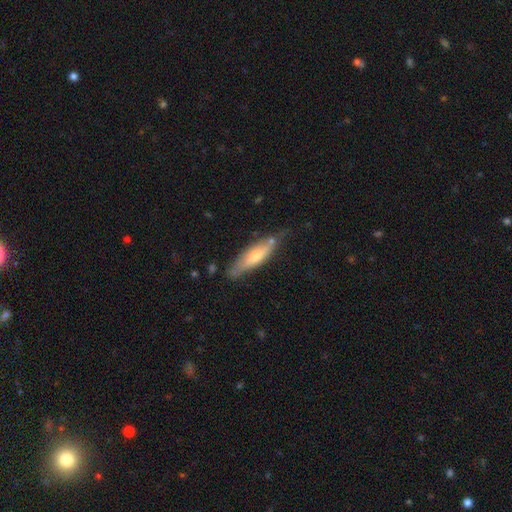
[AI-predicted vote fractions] Smooth or featured?
  - smooth: 49% *
  - featured or disk: 45%
  - star or artifact: 6%
Merging?
  - none: 64% *
  - minor disturbance: 25%
  - major disturbance: 6%
  - merger: 5%